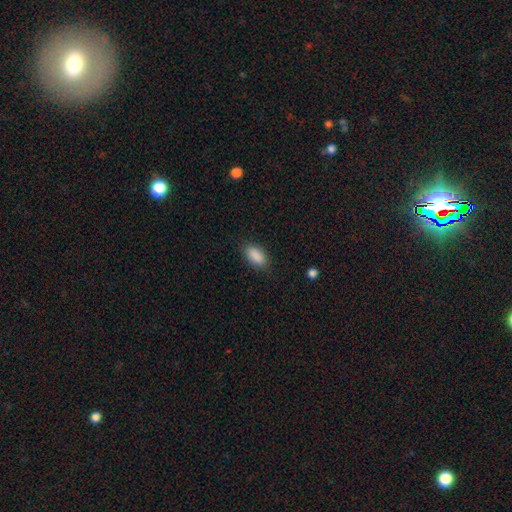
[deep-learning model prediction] smooth_or_featured: smooth (p=0.89) [alt: star or artifact p=0.07]
how_rounded: in between (p=0.92) [alt: round p=0.04]
merging: none (p=0.83) [alt: minor disturbance p=0.13]